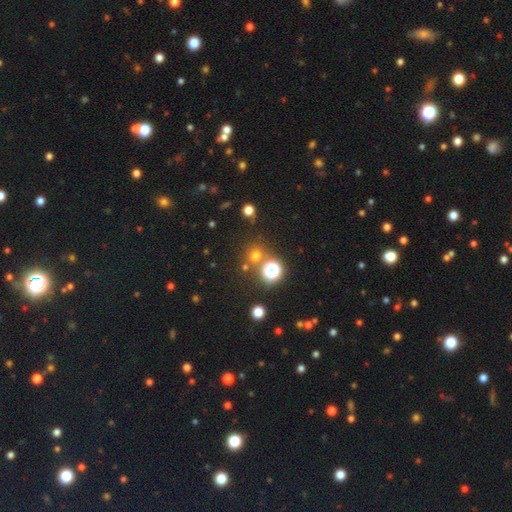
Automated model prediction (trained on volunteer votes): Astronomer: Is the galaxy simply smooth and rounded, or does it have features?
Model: smooth — 62%.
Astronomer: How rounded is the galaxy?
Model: round — 91%.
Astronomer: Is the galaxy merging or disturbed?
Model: none — 79%.